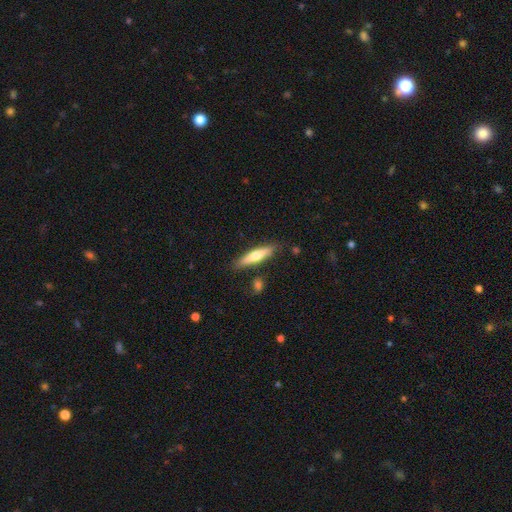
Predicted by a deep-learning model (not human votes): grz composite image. It shows a smooth galaxy with no disk features (55%) that is cigar-shaped (79%). Merging: none (82%).